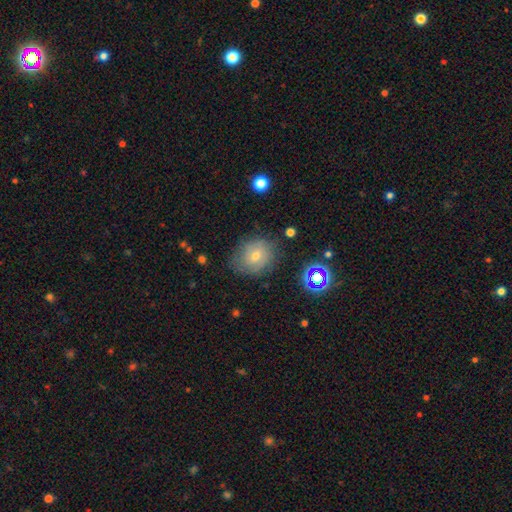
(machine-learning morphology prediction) smooth 51%, featured or disk 31%, star or artifact 18%. Down the decision tree: how rounded — round (67%); merging — none (73%).